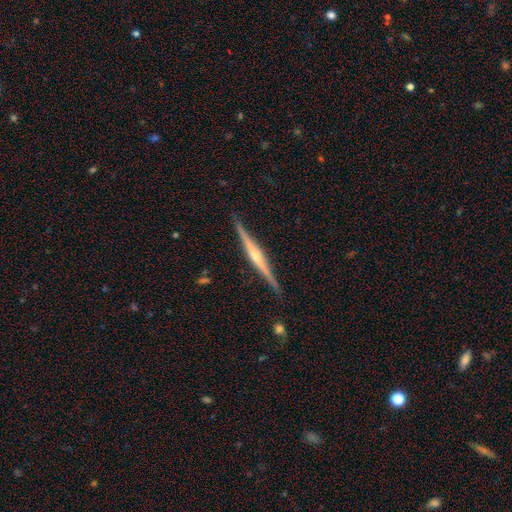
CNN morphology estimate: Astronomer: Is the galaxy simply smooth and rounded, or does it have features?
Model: featured or disk — 80%.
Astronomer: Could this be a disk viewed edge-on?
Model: yes — 98%.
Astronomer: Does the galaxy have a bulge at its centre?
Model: rounded — 68%.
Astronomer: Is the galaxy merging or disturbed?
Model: none — 89%.